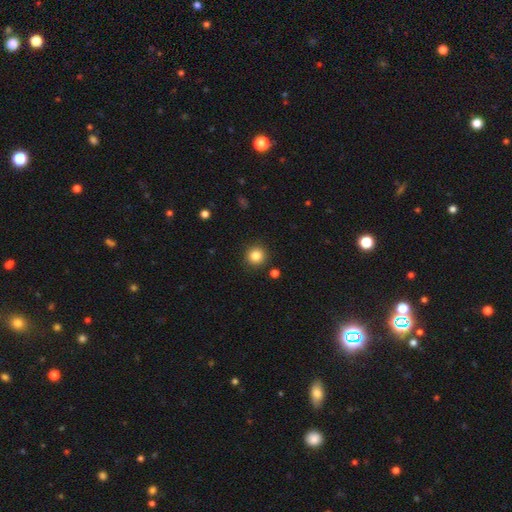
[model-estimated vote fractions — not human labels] Morphology: type=smooth (84%); roundness=round (94%); merging=none (91%).